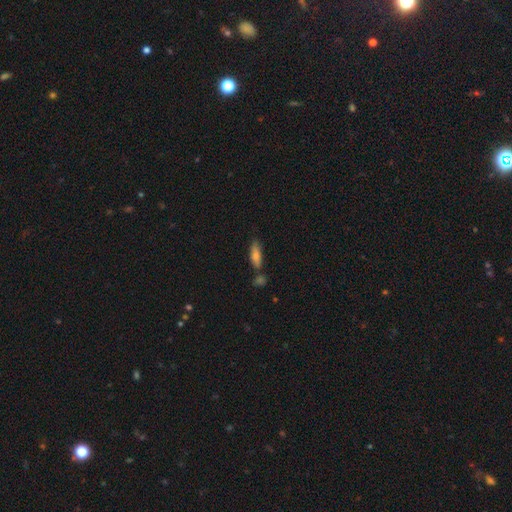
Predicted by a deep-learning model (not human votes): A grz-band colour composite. It shows a smooth galaxy with no disk features (71%) that is in between round and cigar-shaped (49%). Merging: none (68%).